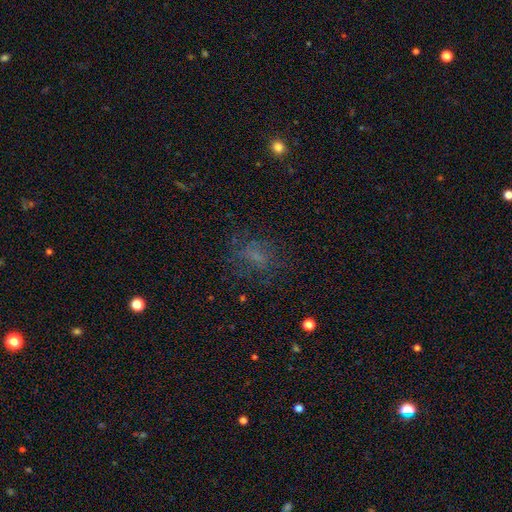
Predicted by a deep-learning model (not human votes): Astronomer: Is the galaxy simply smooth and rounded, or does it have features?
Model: smooth — 48% (runner-up: star or artifact, 26%).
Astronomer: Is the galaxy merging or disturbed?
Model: none — 62%.